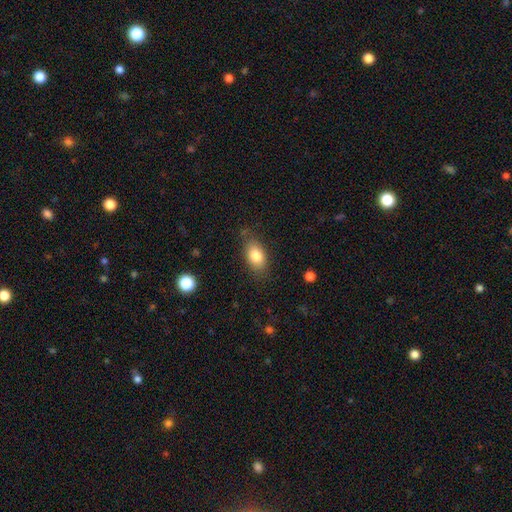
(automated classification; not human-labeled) Morphology: type=smooth (81%); roundness=in between (88%); merging=none (78%).